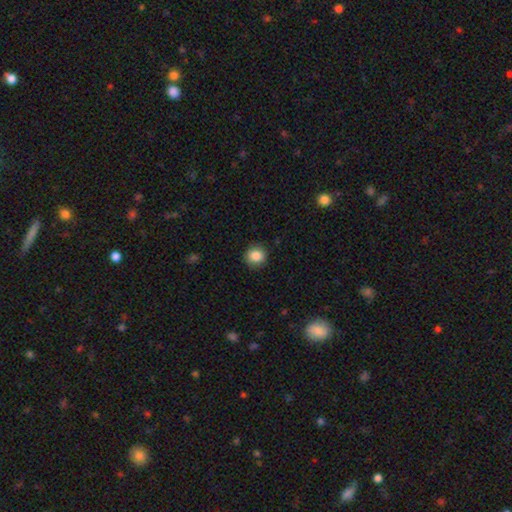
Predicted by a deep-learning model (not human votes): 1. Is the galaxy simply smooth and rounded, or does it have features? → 87% smooth, 9% star or artifact, 4% featured or disk.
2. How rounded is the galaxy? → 88% round, 11% in between, 1% cigar-shaped.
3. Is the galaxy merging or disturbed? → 88% none, 9% minor disturbance, 2% major disturbance, 1% merger.